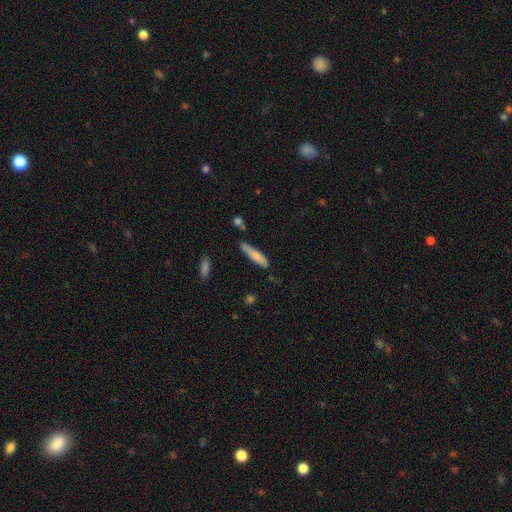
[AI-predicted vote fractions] Smooth or featured?
  - smooth: 76% *
  - featured or disk: 18%
  - star or artifact: 6%
How rounded?
  - cigar-shaped: 82% *
  - in between: 16%
  - round: 2%
Merging?
  - none: 67% *
  - minor disturbance: 24%
  - merger: 5%
  - major disturbance: 5%